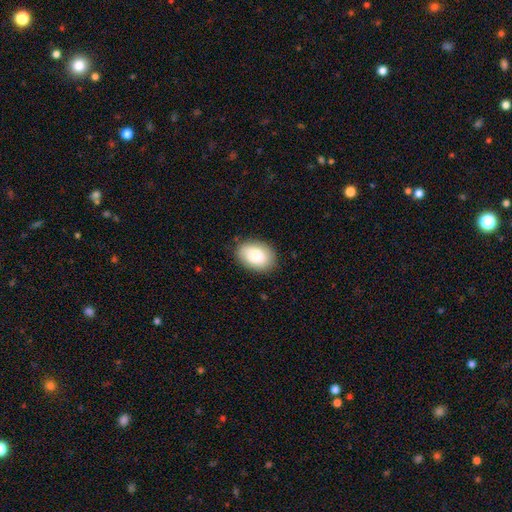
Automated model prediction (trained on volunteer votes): Morphology: type=smooth (84%); roundness=in between (86%); merging=none (83%).